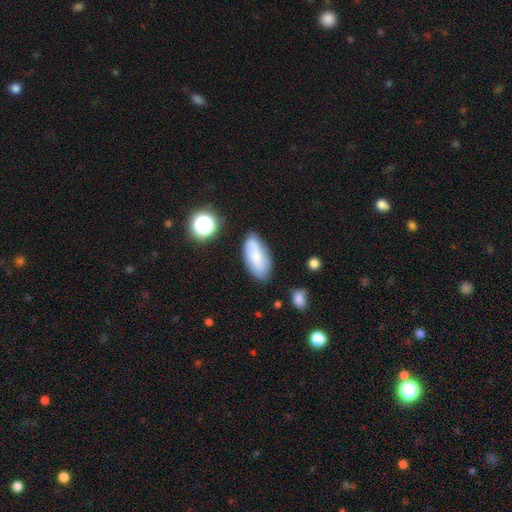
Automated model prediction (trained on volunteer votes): Smooth or featured: smooth — 73% (featured or disk — 18%)
How rounded: in between — 88% (cigar-shaped — 9%)
Merging: none — 74% (minor disturbance — 18%)